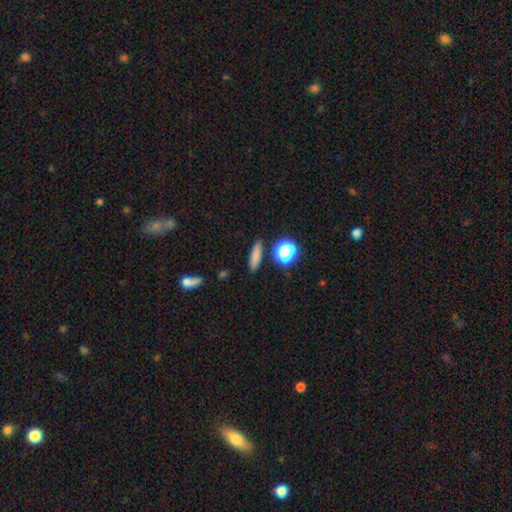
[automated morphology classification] This appears to be a smooth galaxy with no disk features (78%) that is cigar-shaped (58%). Merging: none (86%).